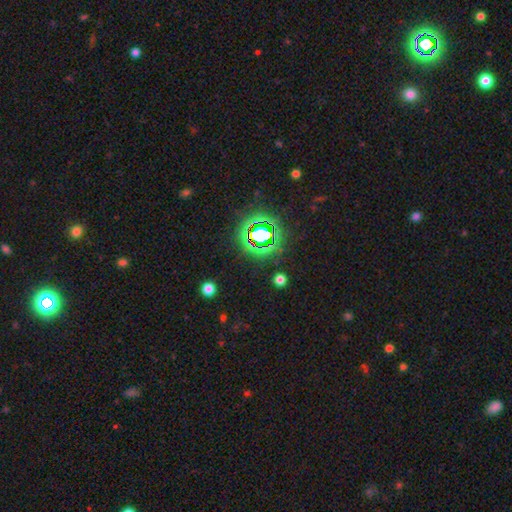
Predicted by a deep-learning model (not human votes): star or artifact 77%, smooth 16%, featured or disk 7%.